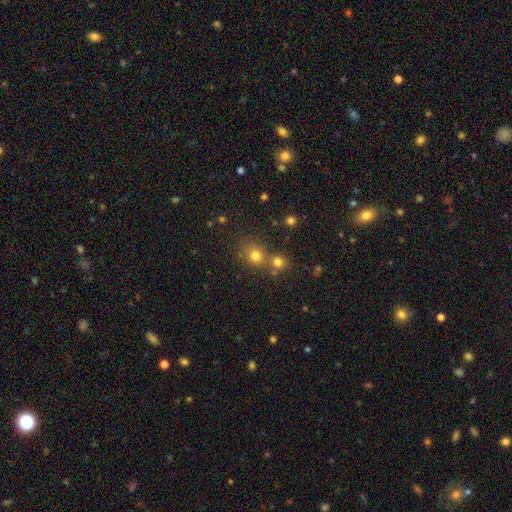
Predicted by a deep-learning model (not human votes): A smooth galaxy with no disk features (74%) that is round (76%). Merging: none (54%).